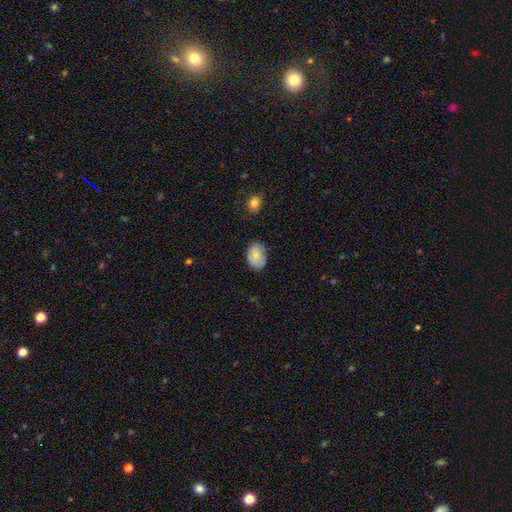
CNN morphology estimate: Smooth or featured? smooth (79%)
How rounded? in between (74%)
Merging? none (71%)